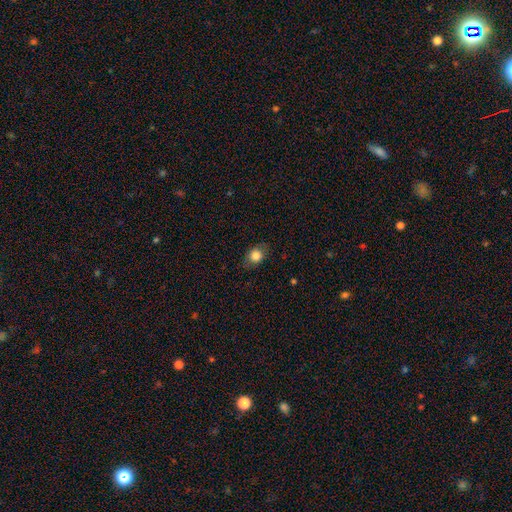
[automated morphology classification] A smooth galaxy with no disk features (81%) that is in between round and cigar-shaped (51%). Merging: none (80%).